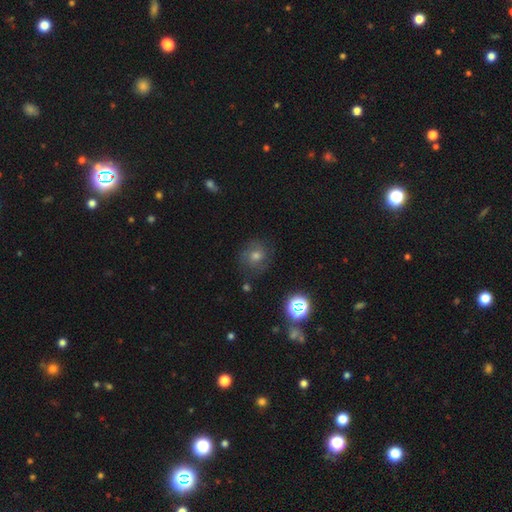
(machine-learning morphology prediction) Smooth or featured: smooth — 44% (featured or disk — 29%)
Merging: none — 78% (minor disturbance — 14%)